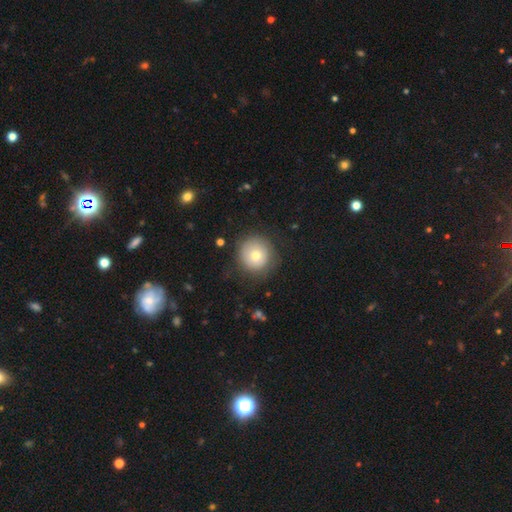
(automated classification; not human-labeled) Smooth or featured: smooth — 71% (featured or disk — 19%)
How rounded: round — 94% (in between — 5%)
Merging: none — 77% (minor disturbance — 15%)